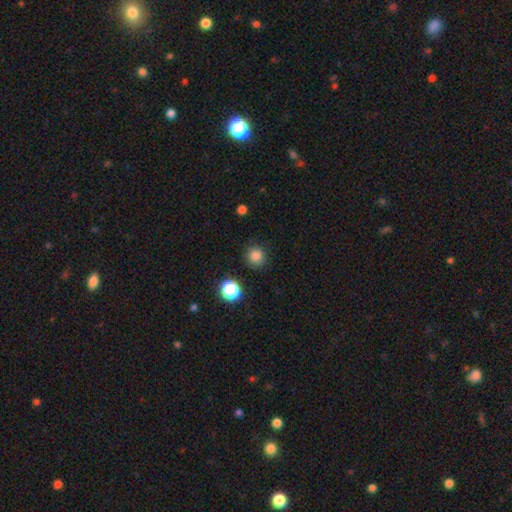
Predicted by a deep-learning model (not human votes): smooth-or-featured: smooth: 83% | star or artifact: 13% | featured or disk: 4%
  how-rounded: round: 93% | in between: 7% | cigar-shaped: 1%
  merging: none: 88% | minor disturbance: 8% | major disturbance: 3% | merger: 2%